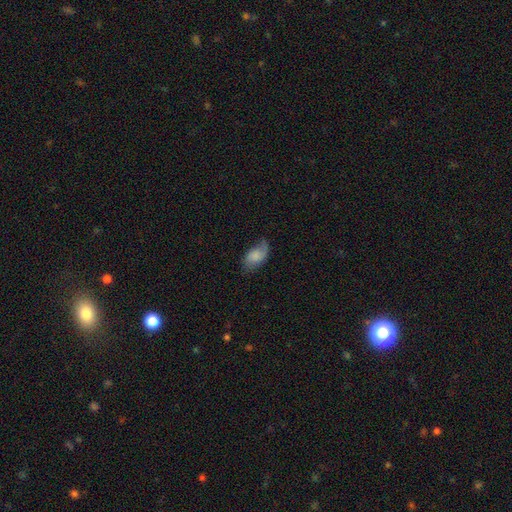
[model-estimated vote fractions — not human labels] This is likely a smooth galaxy (60%). How rounded: clearly in between (92%). Merging: possibly none (54%).